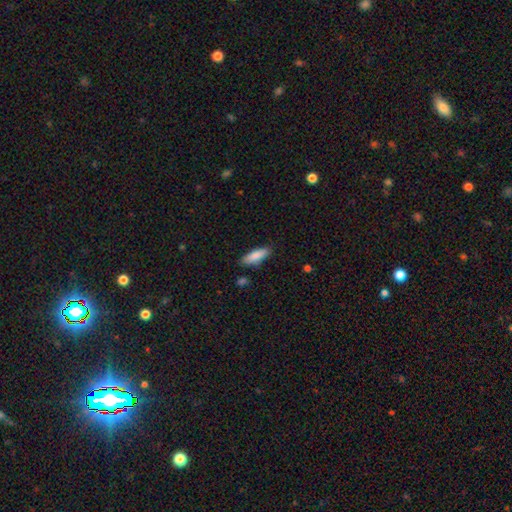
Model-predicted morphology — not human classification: A smooth galaxy with no disk features (83%) that is in between round and cigar-shaped (51%). Merging: none (84%).